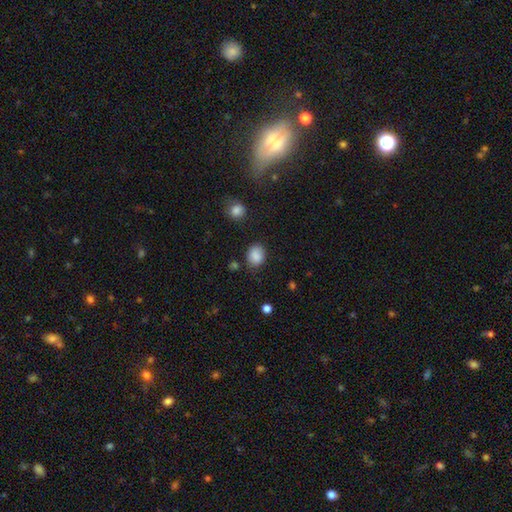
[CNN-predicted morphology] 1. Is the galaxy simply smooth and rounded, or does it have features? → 87% smooth, 9% star or artifact, 4% featured or disk.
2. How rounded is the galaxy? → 55% round, 44% in between, 1% cigar-shaped.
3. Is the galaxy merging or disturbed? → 78% none, 15% minor disturbance, 4% major disturbance, 3% merger.